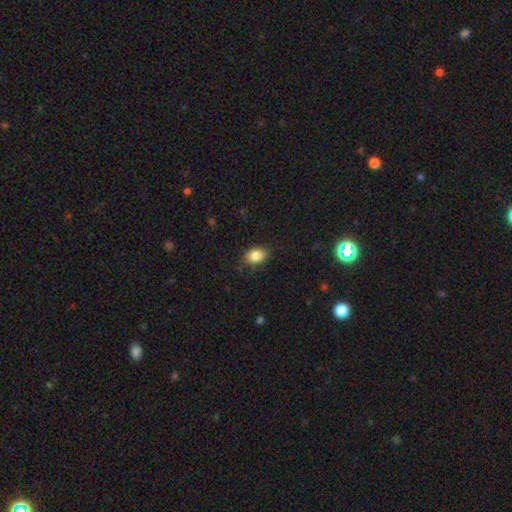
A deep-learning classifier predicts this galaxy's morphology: smooth_or_featured: smooth (p=0.85) [alt: star or artifact p=0.09]
how_rounded: in between (p=0.73) [alt: round p=0.26]
merging: none (p=0.81) [alt: minor disturbance p=0.14]